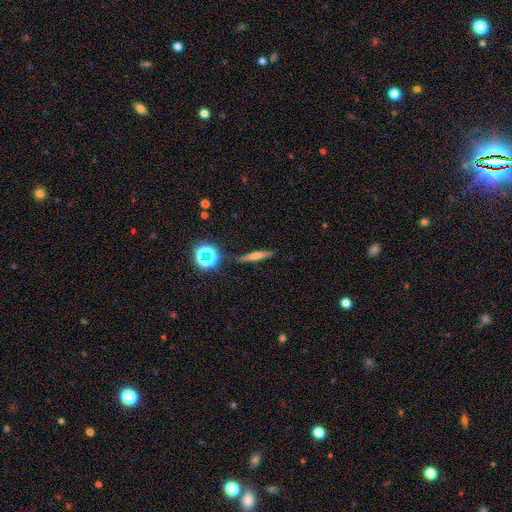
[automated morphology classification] Smooth or featured?
  - smooth: 57% *
  - featured or disk: 26%
  - star or artifact: 17%
How rounded?
  - cigar-shaped: 83% *
  - in between: 10%
  - round: 7%
Merging?
  - none: 78% *
  - minor disturbance: 14%
  - major disturbance: 4%
  - merger: 4%